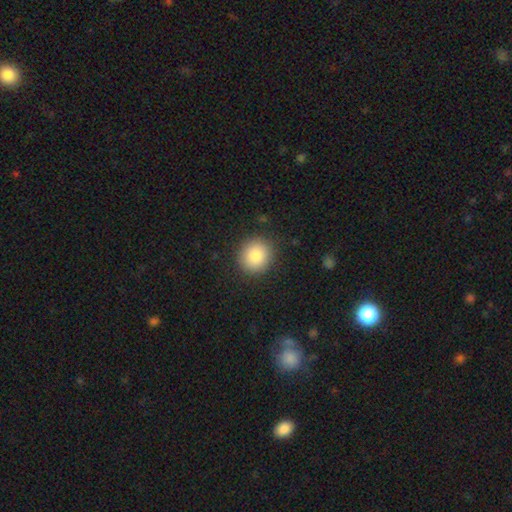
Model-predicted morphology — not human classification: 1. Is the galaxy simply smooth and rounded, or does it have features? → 84% smooth, 9% star or artifact, 7% featured or disk.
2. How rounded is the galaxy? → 88% round, 11% in between, 1% cigar-shaped.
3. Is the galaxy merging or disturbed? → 89% none, 7% minor disturbance, 2% major disturbance, 1% merger.